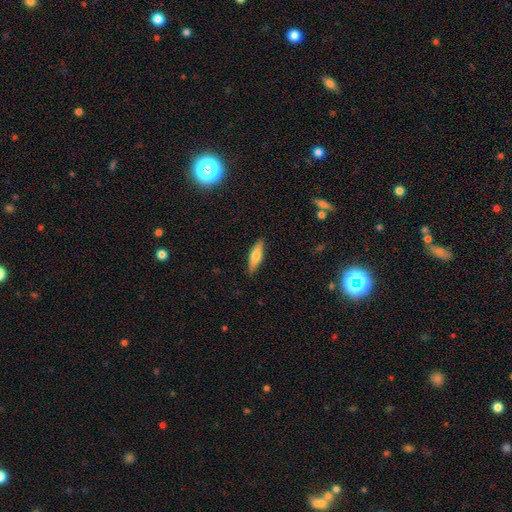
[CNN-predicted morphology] smooth-or-featured: smooth: 68% | featured or disk: 26% | star or artifact: 6%
  how-rounded: cigar-shaped: 59% | in between: 39% | round: 2%
  merging: none: 87% | minor disturbance: 10% | major disturbance: 2% | merger: 1%